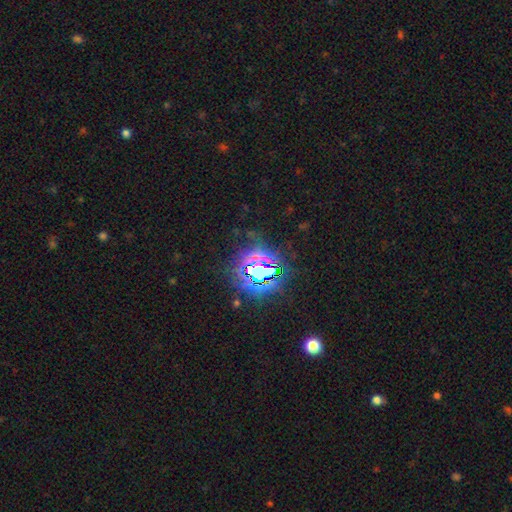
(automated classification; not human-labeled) A star or artifact, not a galaxy (81%).

Vote fractions:
- Smooth or featured? star or artifact: 81% / smooth: 10% / featured or disk: 9%